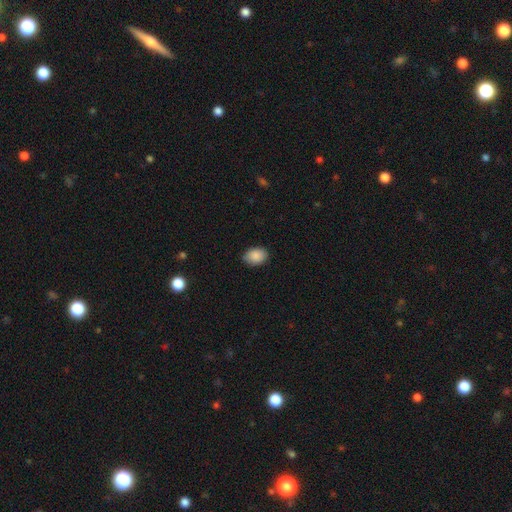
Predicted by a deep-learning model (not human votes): A smooth galaxy with no disk features (88%) that is in between round and cigar-shaped (78%).

Vote fractions:
- Smooth or featured? smooth: 88% / star or artifact: 7% / featured or disk: 4%
- How rounded? in between: 78% / round: 21% / cigar-shaped: 1%
- Merging? none: 84% / minor disturbance: 12% / major disturbance: 2% / merger: 1%